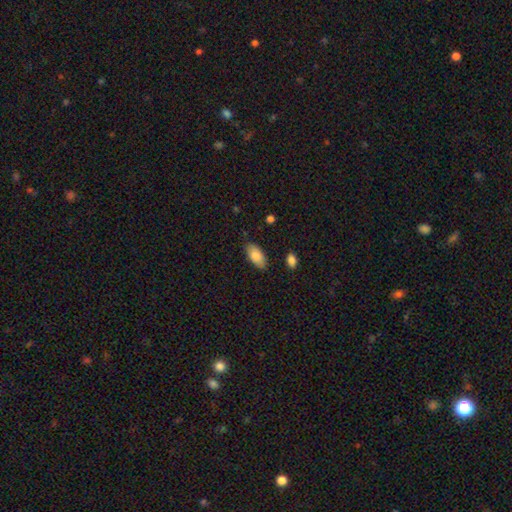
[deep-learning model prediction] Smooth or featured: smooth — 83% (featured or disk — 10%)
How rounded: in between — 93% (cigar-shaped — 5%)
Merging: none — 83% (minor disturbance — 13%)